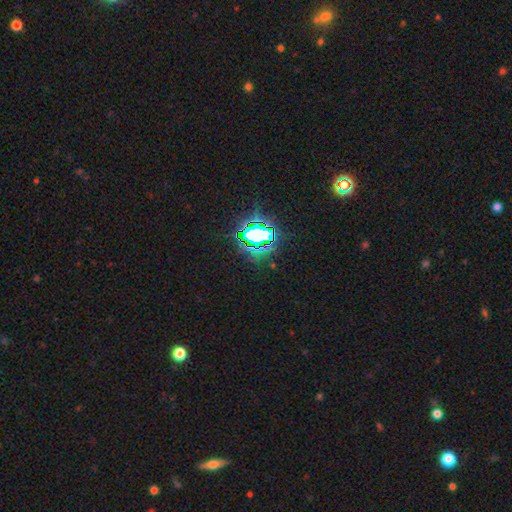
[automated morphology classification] Smooth or featured?
  - star or artifact: 81% *
  - smooth: 13%
  - featured or disk: 7%